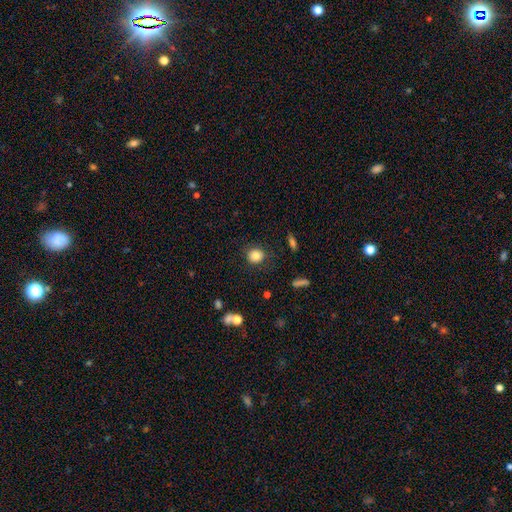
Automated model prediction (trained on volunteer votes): Q: Smooth or featured?
A: smooth (82%); runner-up: star or artifact (11%)
Q: How rounded?
A: round (83%); runner-up: in between (16%)
Q: Merging?
A: none (84%); runner-up: minor disturbance (11%)